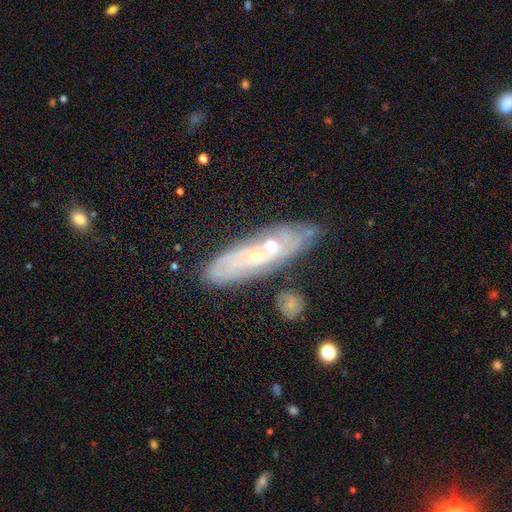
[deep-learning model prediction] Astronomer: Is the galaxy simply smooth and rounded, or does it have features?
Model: featured or disk — 71%.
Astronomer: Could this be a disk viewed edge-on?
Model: no — 75%.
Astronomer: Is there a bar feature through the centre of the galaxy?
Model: no — 73%.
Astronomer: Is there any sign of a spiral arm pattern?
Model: yes — 80%.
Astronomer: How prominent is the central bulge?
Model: small — 60% (runner-up: moderate, 35%).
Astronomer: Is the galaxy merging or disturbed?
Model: none — 74%.